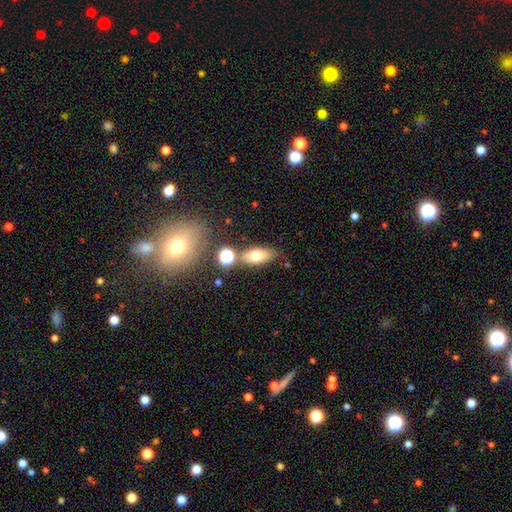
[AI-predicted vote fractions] A smooth galaxy with no disk features (72%) that is in between round and cigar-shaped (82%).

Vote fractions:
- Smooth or featured? smooth: 72% / featured or disk: 17% / star or artifact: 11%
- How rounded? in between: 82% / cigar-shaped: 11% / round: 8%
- Merging? none: 68% / minor disturbance: 15% / merger: 12% / major disturbance: 5%